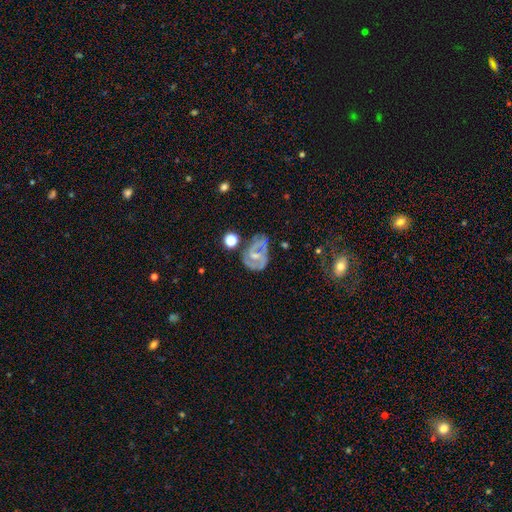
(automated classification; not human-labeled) This is likely a featured or disk galaxy (72%). It is clearly not viewed edge-on (98%). Bar: marginally no (45%). Spiral arm pattern: likely yes (80%). Spiral arm count: possibly 2 (54%). Spiral winding: possibly medium (45%). Central bulge: possibly small (49%). Merging: marginally none (43%).